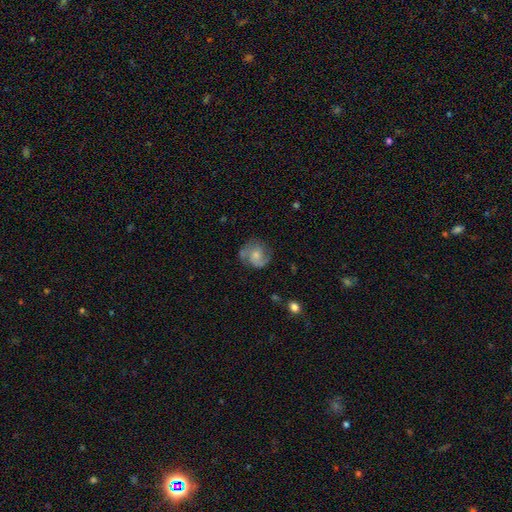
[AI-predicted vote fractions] A featured or disk galaxy (64%) with no bar (70%), 2 (66%) medium (45%) spiral arms (90%) and a small central bulge (43%).

Vote fractions:
- Smooth or featured? featured or disk: 64% / smooth: 29% / star or artifact: 8%
- Edge-on disk? no: 98% / yes: 2%
- Bar? no: 70% / weak: 26% / strong: 4%
- Spiral arms? yes: 90% / no: 10%
- Spiral winding? medium: 45% / tight: 33% / loose: 22%
- Spiral arm count? 2: 66% / 1: 13% / can't tell: 12% / 3: 6% / 4: 2% / more than 4: 2%
- Bulge size? small: 43% / moderate: 41% / none: 9% / large: 5% / dominant: 1%
- Merging? none: 62% / minor disturbance: 22% / major disturbance: 11% / merger: 5%